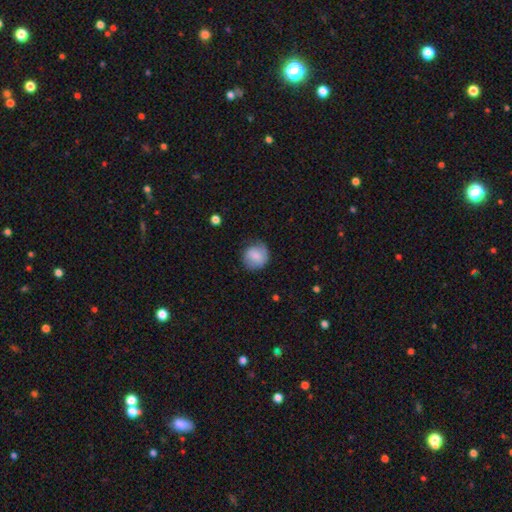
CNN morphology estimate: Smooth or featured? Predicted: smooth (p=0.75). How rounded? Predicted: round (p=0.87). Merging? Predicted: none (p=0.66).